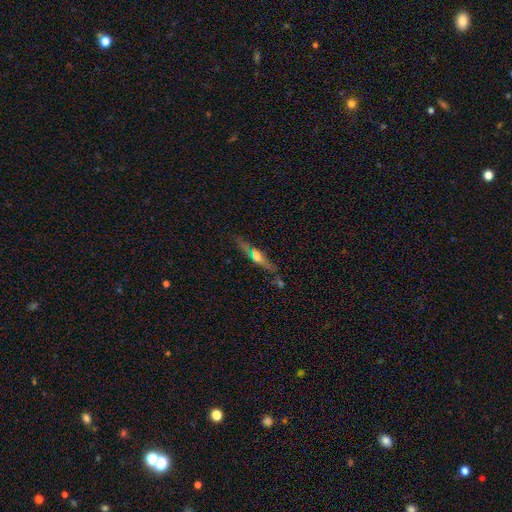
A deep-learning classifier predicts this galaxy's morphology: Smooth or featured?
  - featured or disk: 54% *
  - smooth: 35%
  - star or artifact: 11%
Edge-on disk?
  - yes: 87% *
  - no: 13%
Merging?
  - none: 73% *
  - minor disturbance: 15%
  - merger: 6%
  - major disturbance: 5%